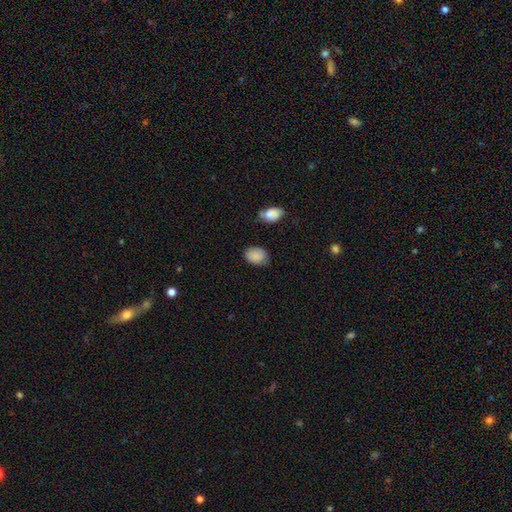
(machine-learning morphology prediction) A smooth galaxy with no disk features (87%) that is in between round and cigar-shaped (69%).

Vote fractions:
- Smooth or featured? smooth: 87% / star or artifact: 8% / featured or disk: 4%
- How rounded? in between: 69% / round: 30% / cigar-shaped: 1%
- Merging? none: 71% / minor disturbance: 22% / major disturbance: 4% / merger: 3%